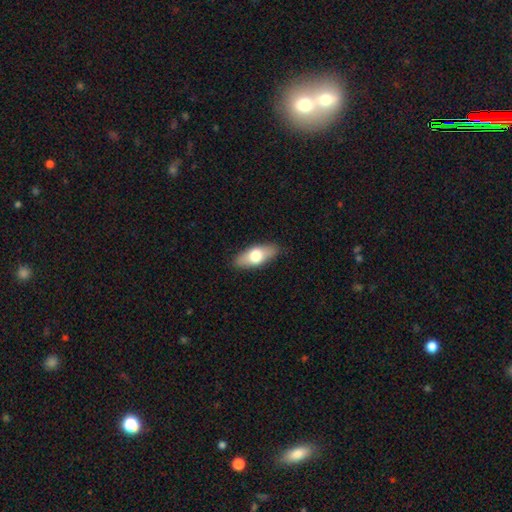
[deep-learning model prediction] smooth-or-featured: smooth: 66% | featured or disk: 28% | star or artifact: 6%
  how-rounded: in between: 77% | cigar-shaped: 20% | round: 3%
  merging: none: 87% | minor disturbance: 10% | major disturbance: 2% | merger: 1%